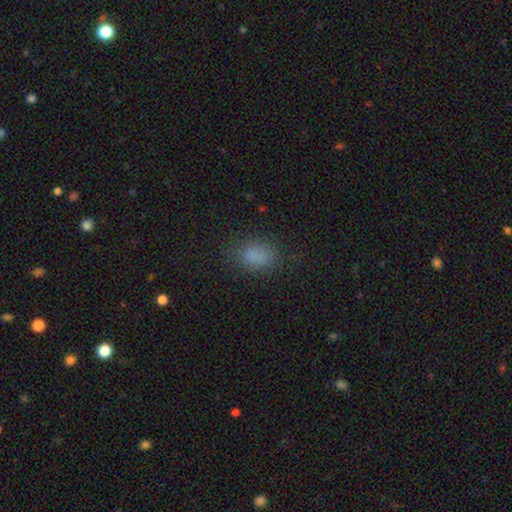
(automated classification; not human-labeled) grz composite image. It shows a smooth galaxy with no disk features (82%) that is in between round and cigar-shaped (70%). Merging: none (78%).